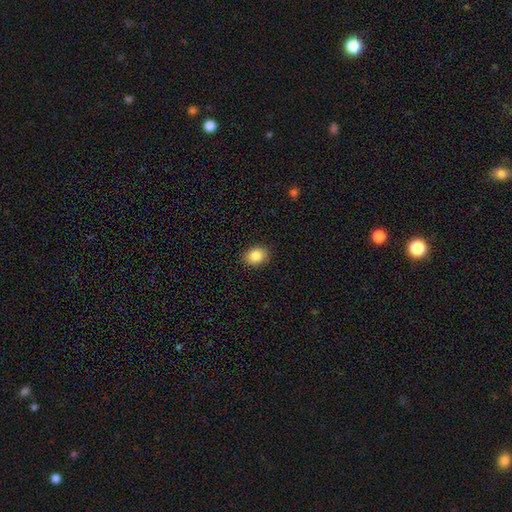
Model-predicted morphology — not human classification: Overall: smooth (85%). How rounded: in between (62%; round 37%). Merging: none (89%).